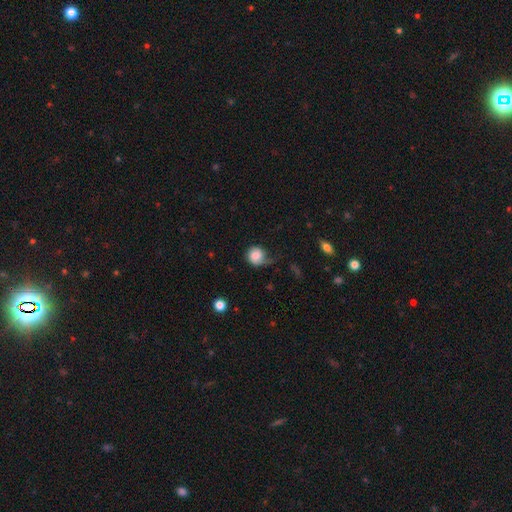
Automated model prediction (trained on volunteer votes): smooth 73%, featured or disk 19%, star or artifact 8%. Down the decision tree: how rounded — round (81%); merging — none (37%).